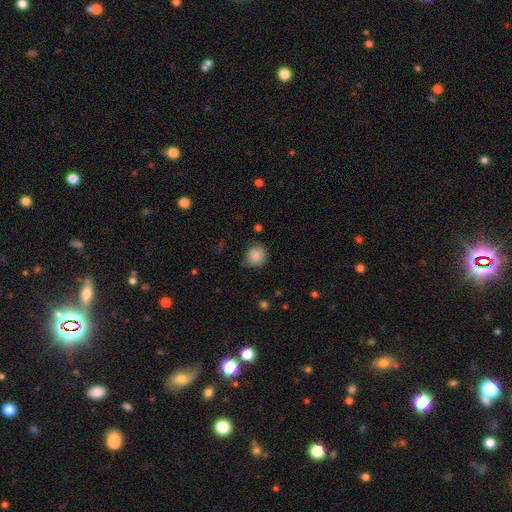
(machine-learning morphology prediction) The model was most divided on "merging": none: 76%, minor disturbance: 19%, major disturbance: 4%, merger: 2%. More confident: smooth or featured — smooth (86%); how rounded — round (86%).